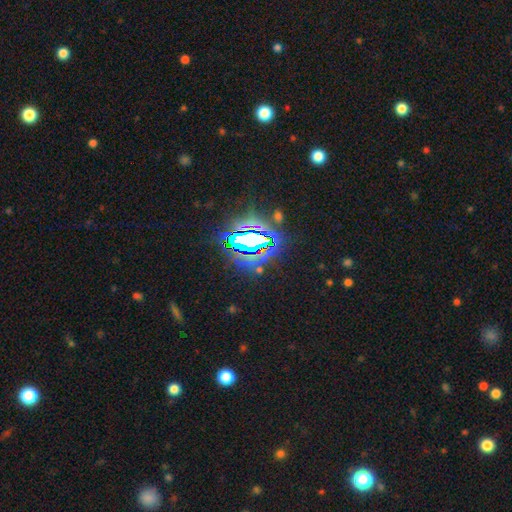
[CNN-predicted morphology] Overall: star or artifact (83%).